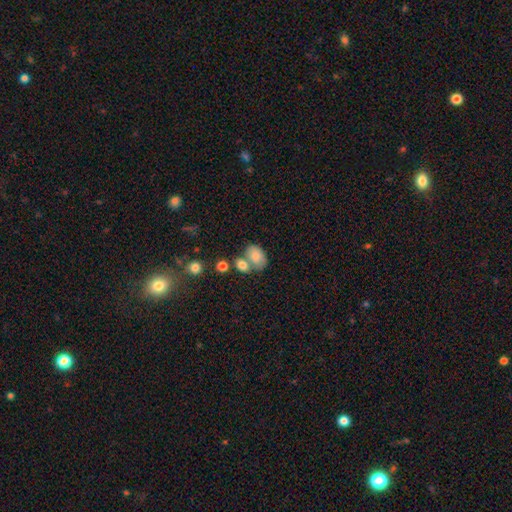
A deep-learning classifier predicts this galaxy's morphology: type=smooth (79%); roundness=in between (82%); merging=none (40%, tied with merger).